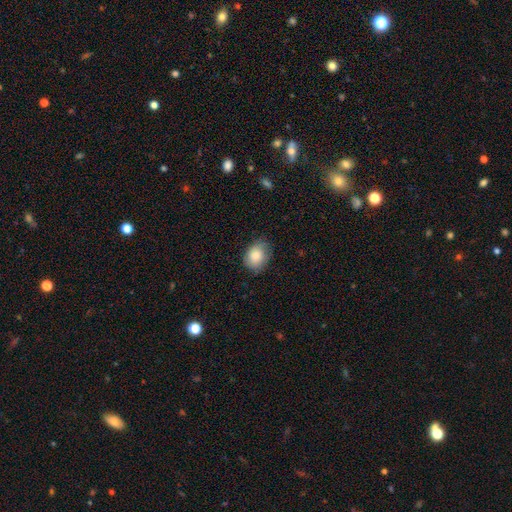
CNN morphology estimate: The model was most divided on "how rounded": in between: 63%, round: 36%, cigar-shaped: 1%. More confident: smooth or featured — smooth (83%); merging — none (75%).